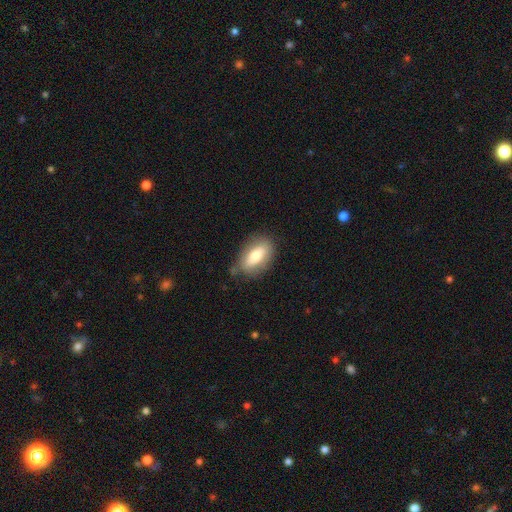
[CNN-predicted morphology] This is likely a smooth galaxy (69%). How rounded: clearly in between (88%). Merging: likely none (73%).